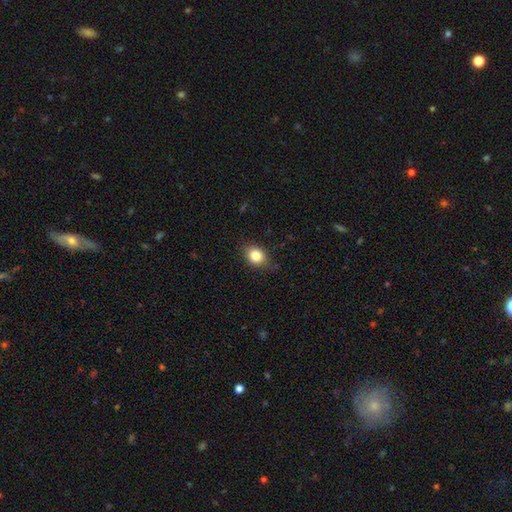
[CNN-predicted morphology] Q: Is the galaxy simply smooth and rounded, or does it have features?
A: smooth — 82%.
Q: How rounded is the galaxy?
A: in between — 59%.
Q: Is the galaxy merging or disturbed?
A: none — 81%.